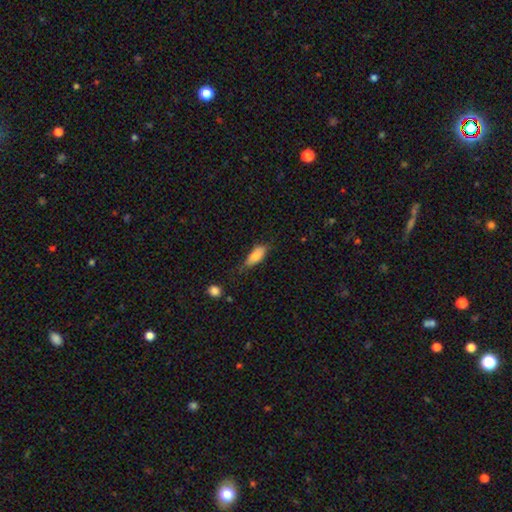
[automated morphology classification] type=smooth (78%); roundness=in between (75%); merging=none (60%).